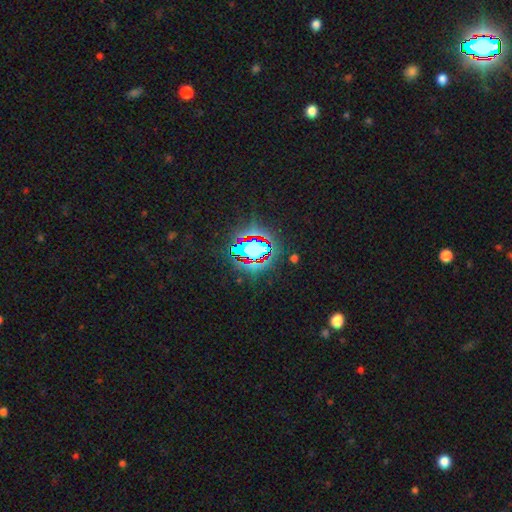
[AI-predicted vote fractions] Smooth or featured?
  - star or artifact: 81% *
  - smooth: 11%
  - featured or disk: 8%